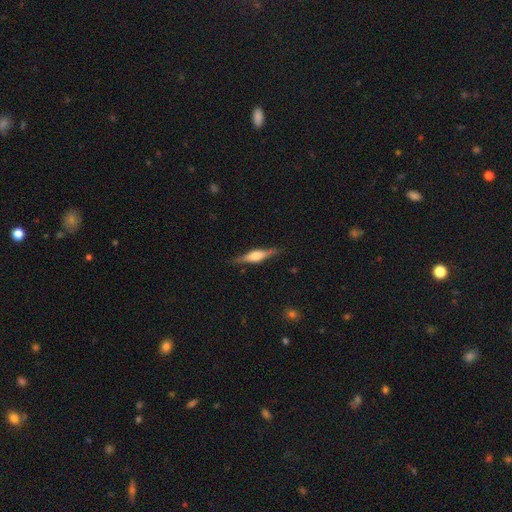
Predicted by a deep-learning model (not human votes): smooth-or-featured: featured or disk: 69% | smooth: 25% | star or artifact: 6%
  disk-edge-on: yes: 97% | no: 3%
    edge-on-bulge: rounded: 79% | boxy: 18% | none: 3%
  merging: none: 87% | minor disturbance: 10% | major disturbance: 2% | merger: 1%